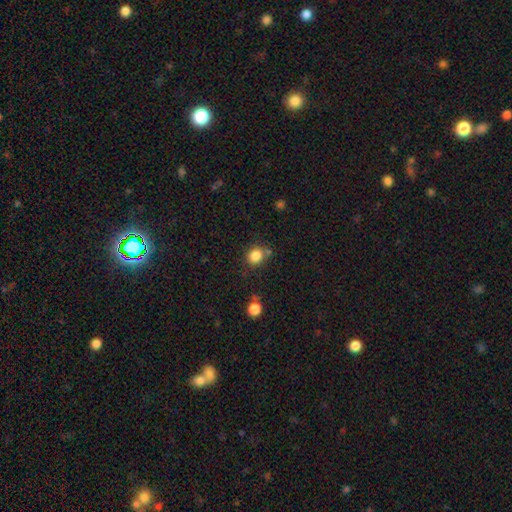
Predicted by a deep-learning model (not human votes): A smooth galaxy with no disk features (84%) that is round (75%).

Vote fractions:
- Smooth or featured? smooth: 84% / star or artifact: 11% / featured or disk: 5%
- How rounded? round: 75% / in between: 24% / cigar-shaped: 1%
- Merging? none: 73% / minor disturbance: 13% / merger: 9% / major disturbance: 4%